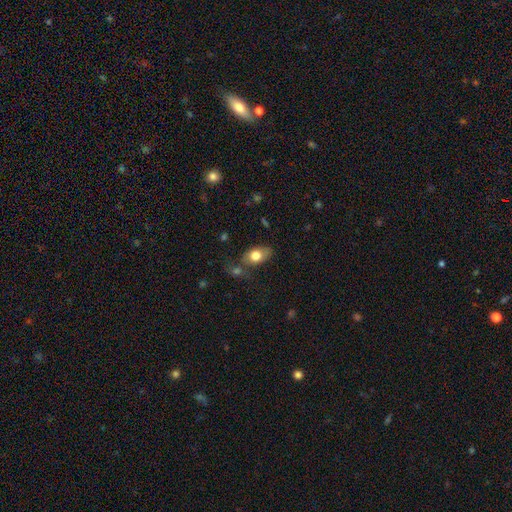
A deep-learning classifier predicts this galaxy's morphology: type=smooth (77%); roundness=in between (85%); merging=none (57%).